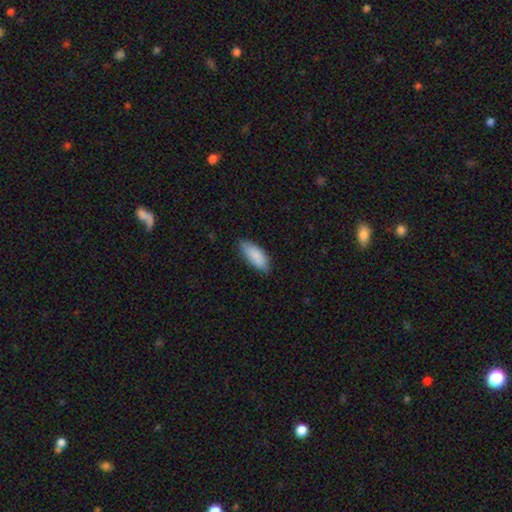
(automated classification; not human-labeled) Q: Smooth or featured?
A: smooth (87%); runner-up: featured or disk (8%)
Q: How rounded?
A: in between (82%); runner-up: cigar-shaped (16%)
Q: Merging?
A: none (79%); runner-up: minor disturbance (17%)